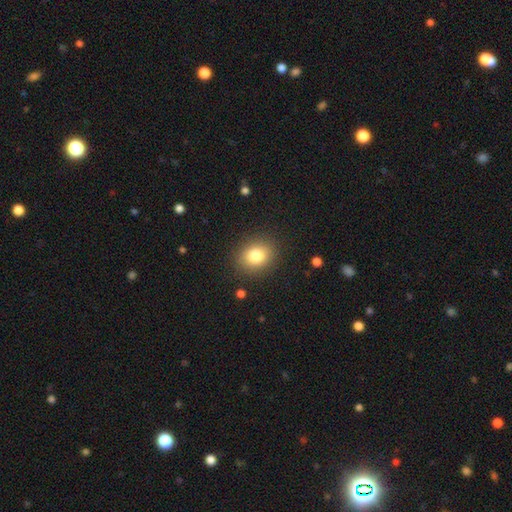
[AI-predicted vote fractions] Q: Smooth or featured?
A: smooth (82%); runner-up: star or artifact (10%)
Q: How rounded?
A: round (54%); runner-up: in between (45%)
Q: Merging?
A: none (87%); runner-up: minor disturbance (8%)